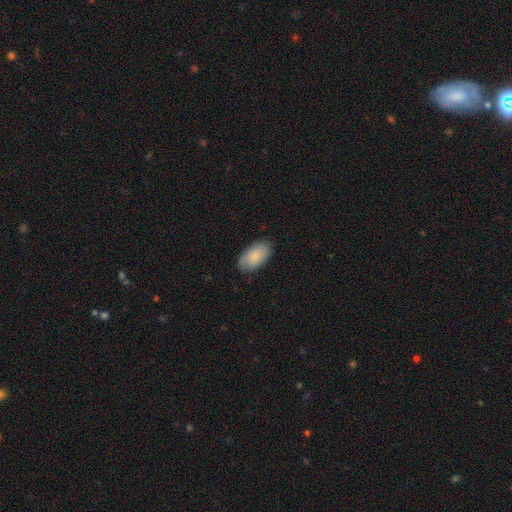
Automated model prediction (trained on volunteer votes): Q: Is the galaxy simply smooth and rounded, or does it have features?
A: smooth — 81%.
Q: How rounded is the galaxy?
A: in between — 95%.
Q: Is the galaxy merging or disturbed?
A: none — 81%.